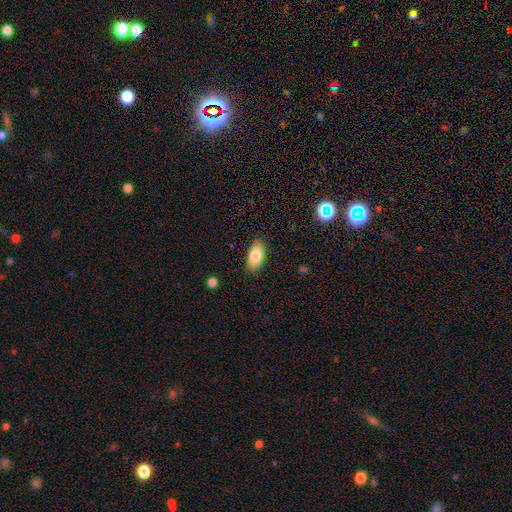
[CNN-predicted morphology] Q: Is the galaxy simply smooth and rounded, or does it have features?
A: smooth — 82%.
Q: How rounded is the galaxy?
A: in between — 92%.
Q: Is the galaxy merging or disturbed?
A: none — 86%.